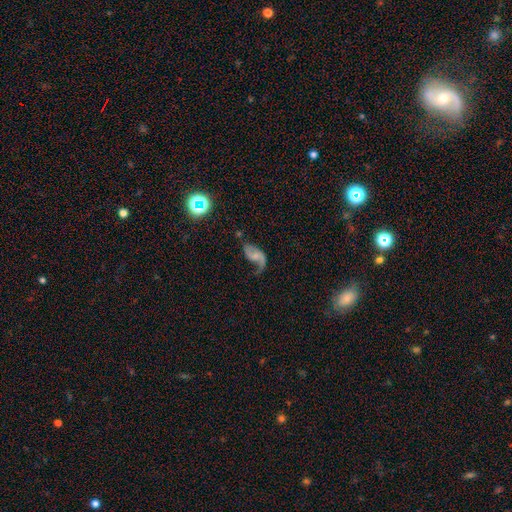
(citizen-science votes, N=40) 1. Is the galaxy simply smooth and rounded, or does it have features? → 78% featured or disk, 15% smooth, 8% star or artifact.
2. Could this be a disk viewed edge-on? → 100% no, 0% yes.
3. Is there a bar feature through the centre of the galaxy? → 61% no, 32% weak, 6% strong.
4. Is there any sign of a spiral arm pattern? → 90% yes, 10% no.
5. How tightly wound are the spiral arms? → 71% loose, 29% medium, 0% tight.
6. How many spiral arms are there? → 54% 1, 36% 2, 11% can't tell, 0% 3, 0% 4, 0% more than 4.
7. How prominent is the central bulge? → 42% small, 39% none, 16% moderate, 3% large, 0% dominant.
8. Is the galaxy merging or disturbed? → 41% major disturbance, 35% none, 19% minor disturbance, 5% merger.